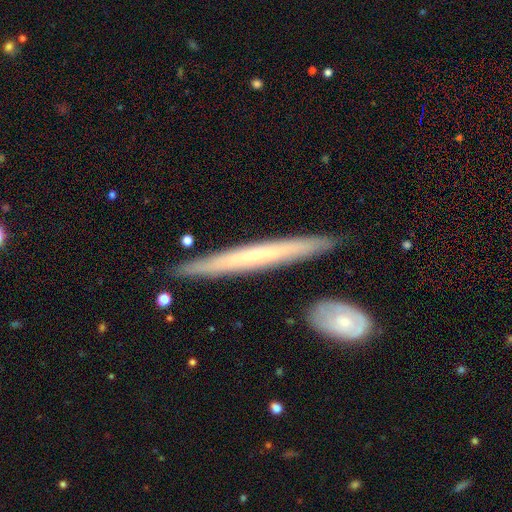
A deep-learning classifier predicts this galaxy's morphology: Smooth or featured?
  - featured or disk: 59% *
  - smooth: 35%
  - star or artifact: 6%
Edge-on disk?
  - yes: 91% *
  - no: 9%
Edge-on bulge?
  - none: 71% *
  - rounded: 25%
  - boxy: 4%
Merging?
  - none: 87% *
  - minor disturbance: 9%
  - merger: 3%
  - major disturbance: 2%